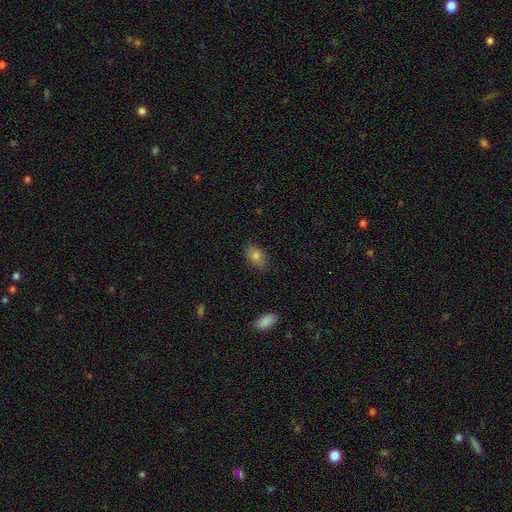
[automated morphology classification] Smooth or featured?
  - smooth: 82% *
  - star or artifact: 10%
  - featured or disk: 8%
How rounded?
  - in between: 81% *
  - round: 18%
  - cigar-shaped: 2%
Merging?
  - none: 80% *
  - minor disturbance: 15%
  - major disturbance: 3%
  - merger: 1%